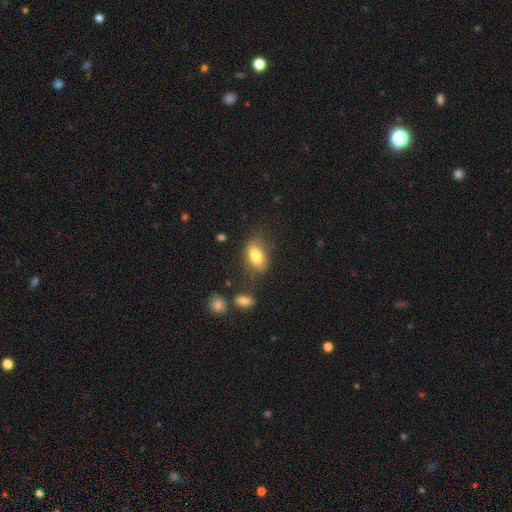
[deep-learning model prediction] Smooth or featured? Predicted: smooth (p=0.80). How rounded? Predicted: in between (p=0.89). Merging? Predicted: none (p=0.68).